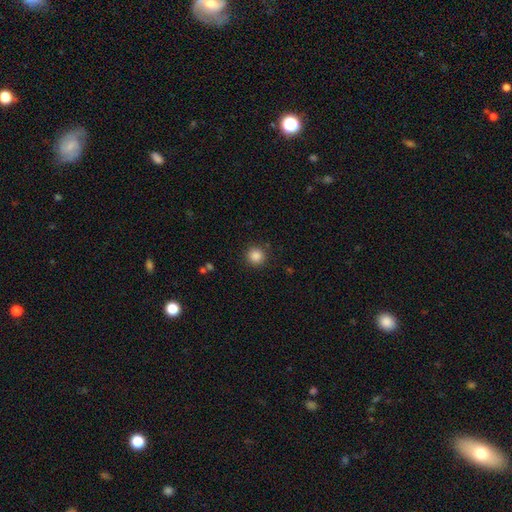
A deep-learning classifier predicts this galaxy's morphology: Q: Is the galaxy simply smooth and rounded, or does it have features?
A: smooth — 86%.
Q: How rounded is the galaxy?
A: round — 95%.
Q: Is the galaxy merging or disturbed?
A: none — 89%.